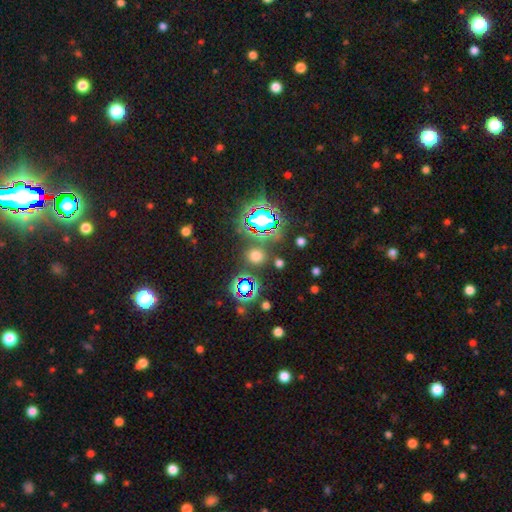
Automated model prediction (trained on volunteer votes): This appears to be a smooth galaxy with no disk features (50%). Merging: none (82%).